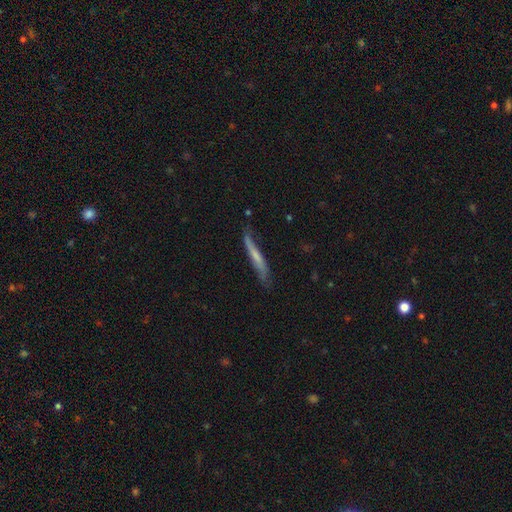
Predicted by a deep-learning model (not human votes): Smooth or featured: featured or disk — 49% (smooth — 45%)
Merging: none — 60% (minor disturbance — 29%)